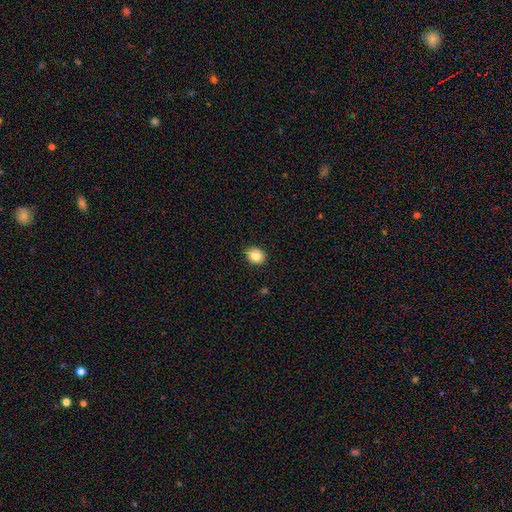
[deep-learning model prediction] Smooth or featured? smooth (84%)
How rounded? round (56%)
Merging? none (89%)